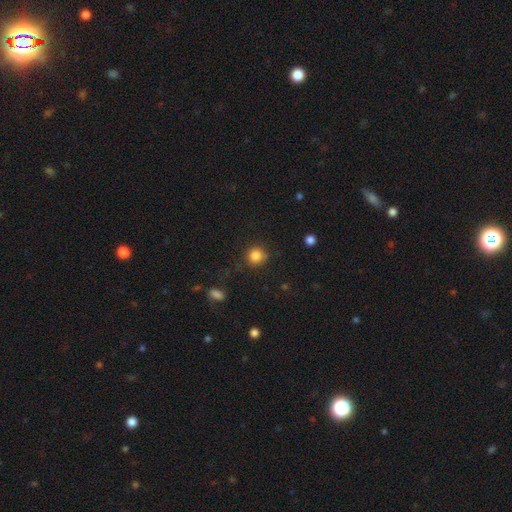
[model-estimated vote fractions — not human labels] Q: Smooth or featured?
A: smooth (84%); runner-up: star or artifact (11%)
Q: How rounded?
A: round (90%); runner-up: in between (9%)
Q: Merging?
A: none (83%); runner-up: minor disturbance (11%)